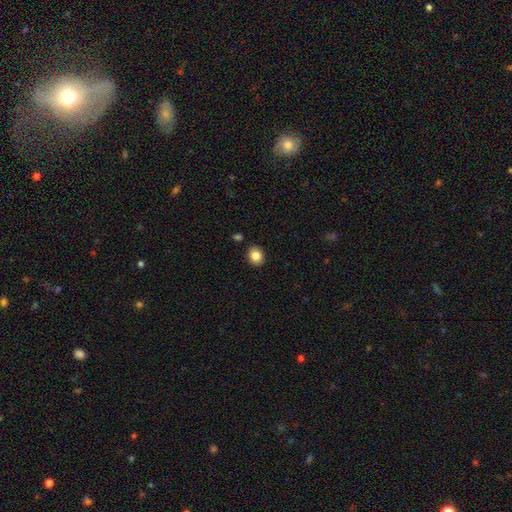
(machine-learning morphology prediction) A smooth galaxy with no disk features (84%) that is round (63%).

Vote fractions:
- Smooth or featured? smooth: 84% / star or artifact: 10% / featured or disk: 6%
- How rounded? round: 63% / in between: 36% / cigar-shaped: 1%
- Merging? none: 89% / minor disturbance: 7% / merger: 2% / major disturbance: 2%